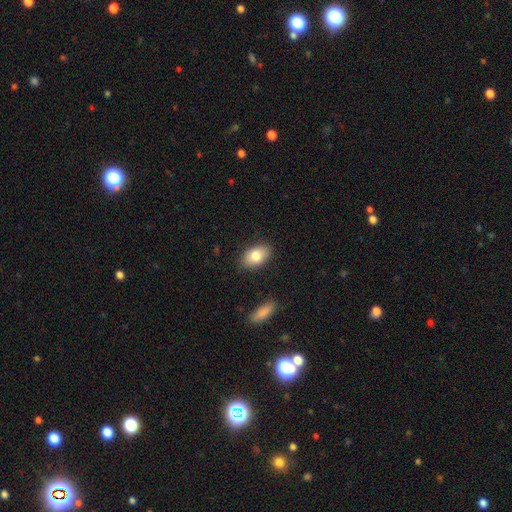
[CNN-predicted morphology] Smooth or featured: smooth — 81% (featured or disk — 12%)
How rounded: in between — 90% (round — 9%)
Merging: none — 86% (minor disturbance — 10%)